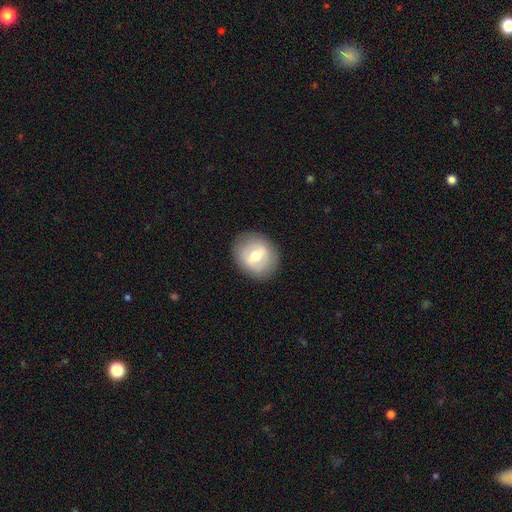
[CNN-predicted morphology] smooth_or_featured: featured or disk (p=0.50) [alt: smooth p=0.43]
merging: none (p=0.83) [alt: minor disturbance p=0.11]